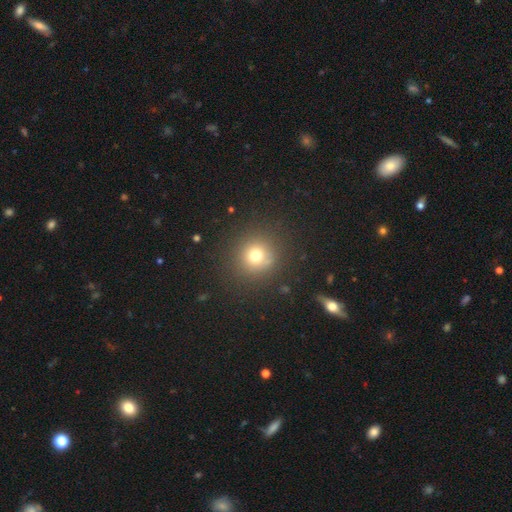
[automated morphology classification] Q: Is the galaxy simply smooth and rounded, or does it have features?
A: smooth — 72%.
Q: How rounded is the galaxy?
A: round — 93%.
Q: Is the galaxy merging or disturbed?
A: none — 86%.